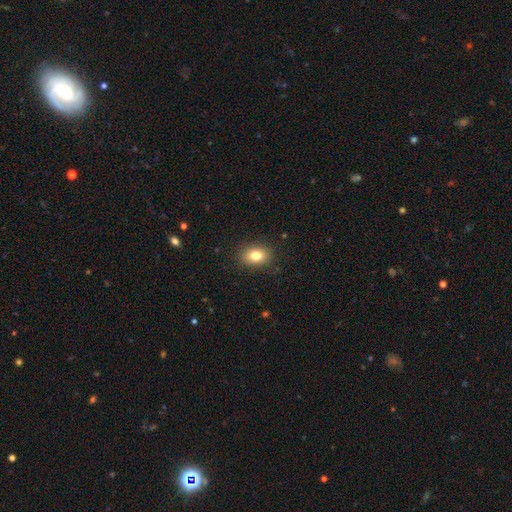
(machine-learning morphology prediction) Overall: smooth (81%). How rounded: in between (72%). Merging: none (88%).